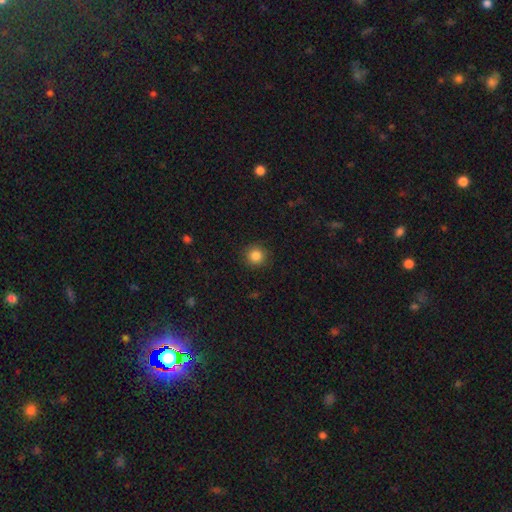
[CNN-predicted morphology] The model was most divided on "smooth or featured": smooth: 86%, star or artifact: 10%, featured or disk: 4%. More confident: how rounded — round (94%); merging — none (90%).